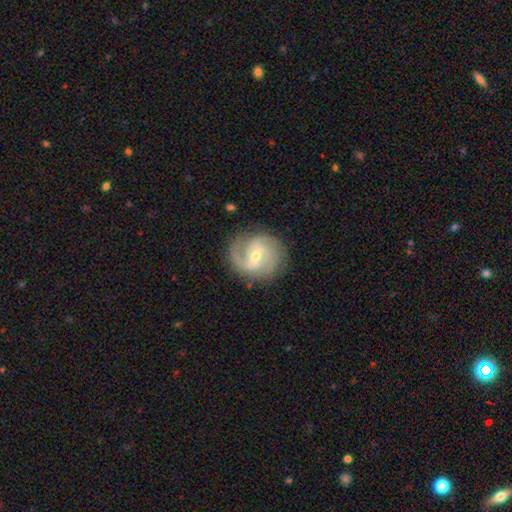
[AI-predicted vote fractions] Smooth or featured? featured or disk (88%)
Edge-on disk? no (98%)
Bar? weak (57%)
Spiral arms? yes (97%)
Spiral winding? medium (48%)
Spiral arm count? 2 (42%)
Bulge size? small (50%)
Merging? none (79%)